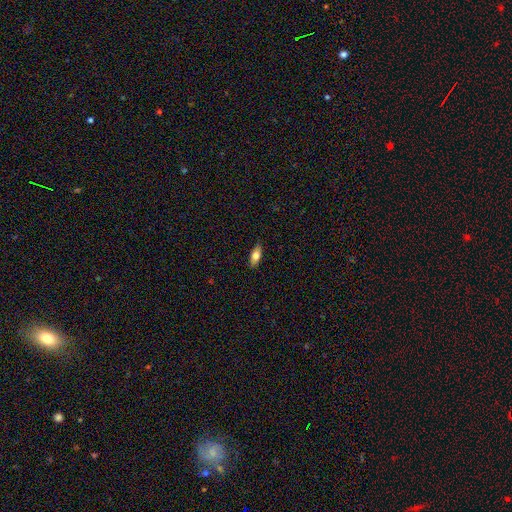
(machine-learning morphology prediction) Smooth or featured? smooth (73%)
How rounded? in between (79%)
Merging? none (85%)